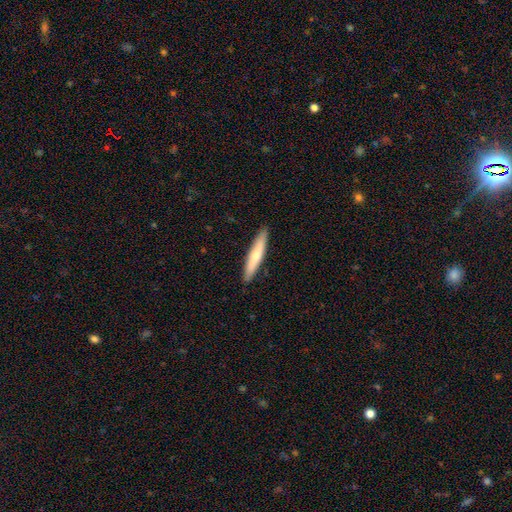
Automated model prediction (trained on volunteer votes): This appears to be a smooth galaxy with no disk features (66%) that is cigar-shaped (91%). Merging: none (90%).